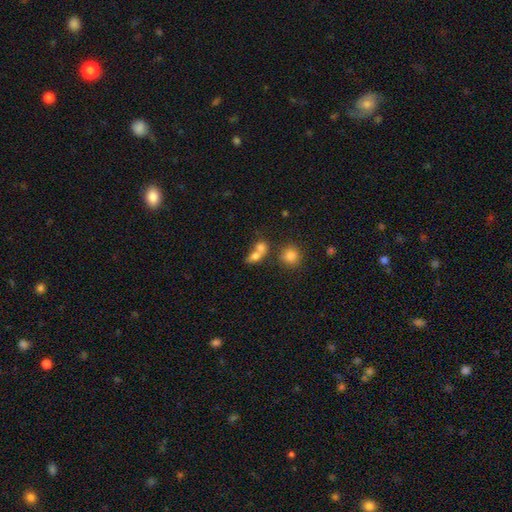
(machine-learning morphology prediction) The model was most divided on "how rounded": in between: 54%, round: 43%, cigar-shaped: 4%. More confident: smooth or featured — smooth (73%); merging — merger (61%).